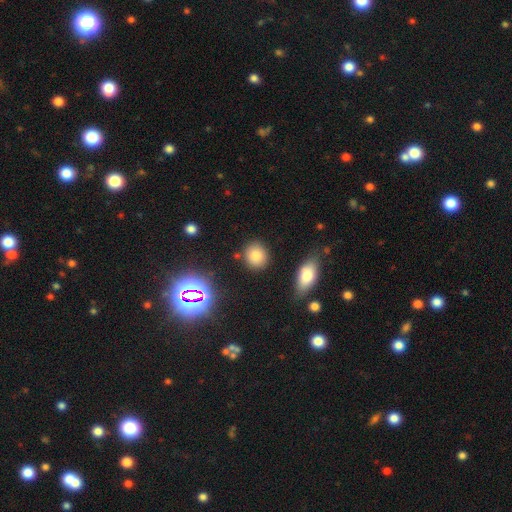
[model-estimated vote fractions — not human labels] This appears to be a smooth galaxy with no disk features (81%) that is round (75%). Merging: none (84%).